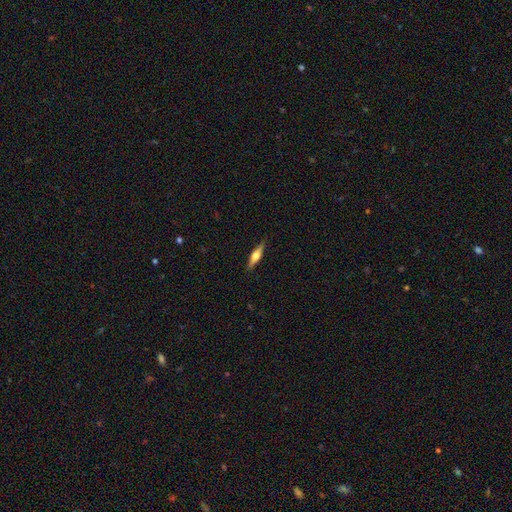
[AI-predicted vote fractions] smooth_or_featured: featured or disk (p=0.54) [alt: smooth p=0.40]
disk_edge_on: yes (p=0.95) [alt: no p=0.05]
edge_on_bulge: rounded (p=0.89) [alt: boxy p=0.08]
merging: none (p=0.87) [alt: minor disturbance p=0.10]